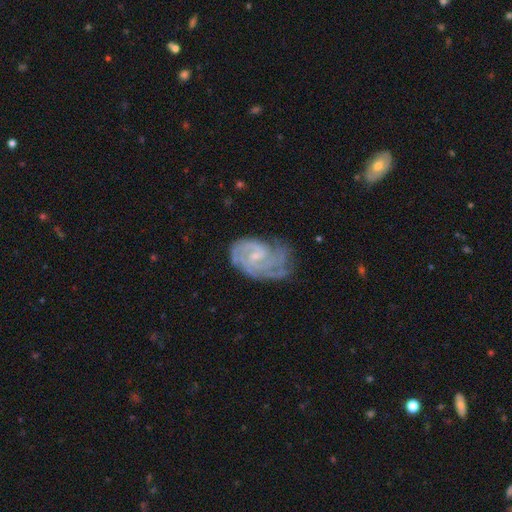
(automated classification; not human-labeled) smooth-or-featured: featured or disk: 81% | smooth: 11% | star or artifact: 8%
  disk-edge-on: no: 97% | yes: 3%
    bar: weak: 46% (tied) | no: 46% (tied) | strong: 9%
    has-spiral-arms: yes: 94% | no: 6%
      spiral-winding: tight: 54% | medium: 36% | loose: 10%
      spiral-arm-count: can't tell: 28% | 3: 25% | 2: 25% | 4: 10% | 1: 6% | more than 4: 5%
    bulge-size: small: 67% | moderate: 22% | none: 9% | large: 1% | dominant: 1%
  merging: none: 54% | minor disturbance: 28% | major disturbance: 16% | merger: 2%